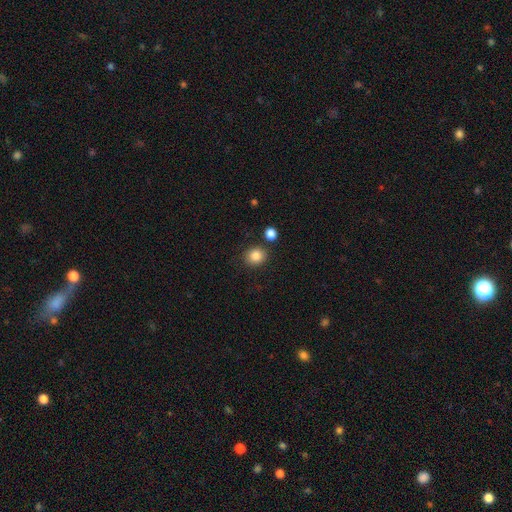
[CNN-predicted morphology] Q: Smooth or featured?
A: smooth (86%); runner-up: star or artifact (10%)
Q: How rounded?
A: round (75%); runner-up: in between (24%)
Q: Merging?
A: none (82%); runner-up: minor disturbance (9%)